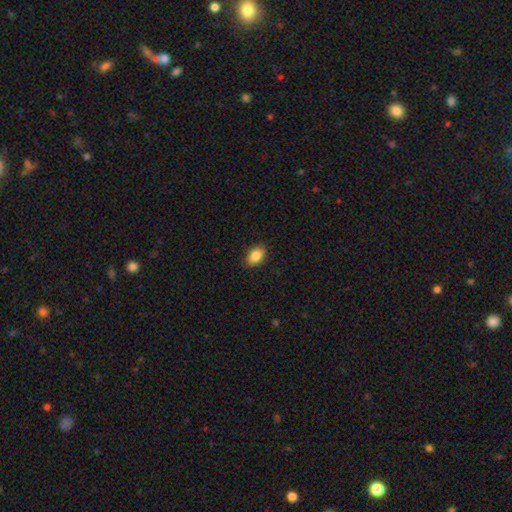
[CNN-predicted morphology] smooth 87%, star or artifact 8%, featured or disk 5%. Down the decision tree: how rounded — in between (88%); merging — none (88%).